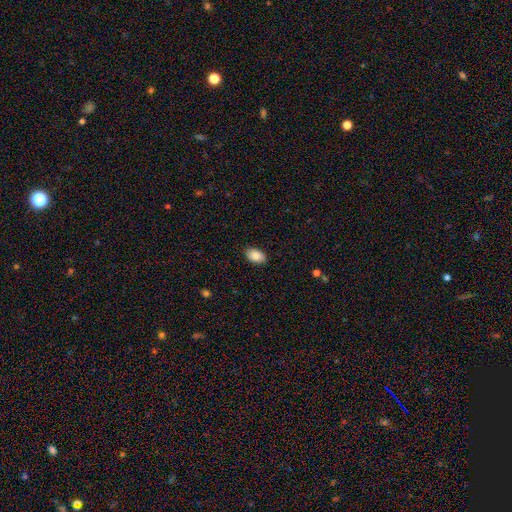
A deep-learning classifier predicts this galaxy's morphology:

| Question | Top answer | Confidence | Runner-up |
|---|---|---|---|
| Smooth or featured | smooth | 88% | star or artifact (7%) |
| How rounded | in between | 90% | round (9%) |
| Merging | none | 88% | minor disturbance (9%) |